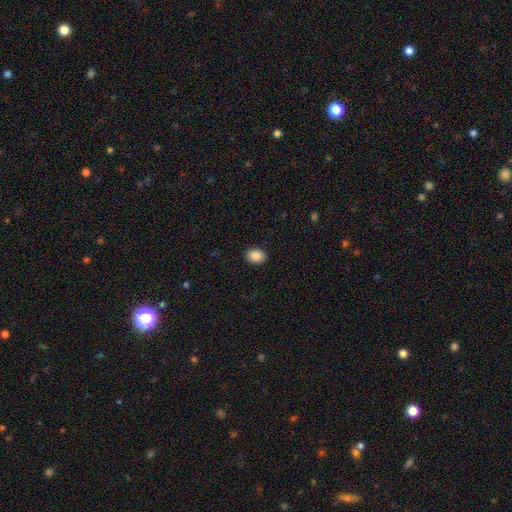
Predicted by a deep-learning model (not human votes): Smooth or featured?
  - smooth: 89% *
  - star or artifact: 8%
  - featured or disk: 3%
How rounded?
  - in between: 66% *
  - round: 33%
  - cigar-shaped: 1%
Merging?
  - none: 90% *
  - minor disturbance: 7%
  - major disturbance: 2%
  - merger: 1%